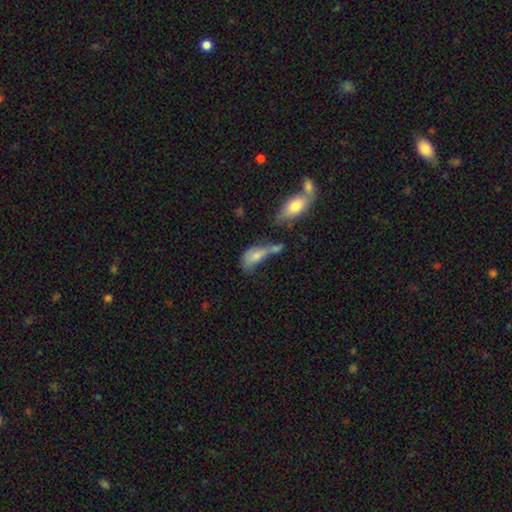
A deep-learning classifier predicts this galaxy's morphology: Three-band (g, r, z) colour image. It shows a smooth galaxy with no disk features (71%) that is in between round and cigar-shaped (81%). Merging: merger (47%).